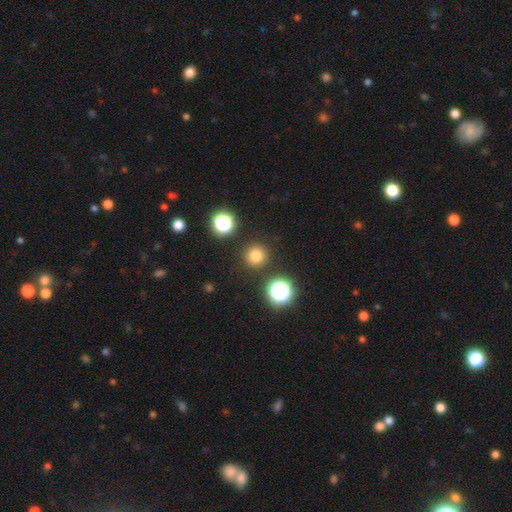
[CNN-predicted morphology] Smooth or featured? smooth (79%)
How rounded? round (95%)
Merging? none (89%)